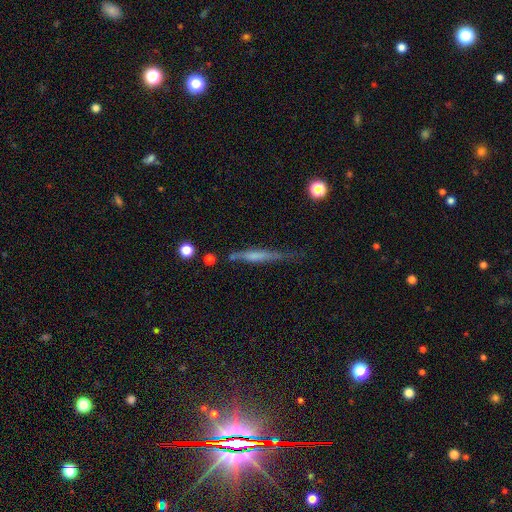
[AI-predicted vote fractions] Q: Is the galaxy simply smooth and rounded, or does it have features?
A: featured or disk — 49%.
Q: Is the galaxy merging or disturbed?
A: none — 61%.